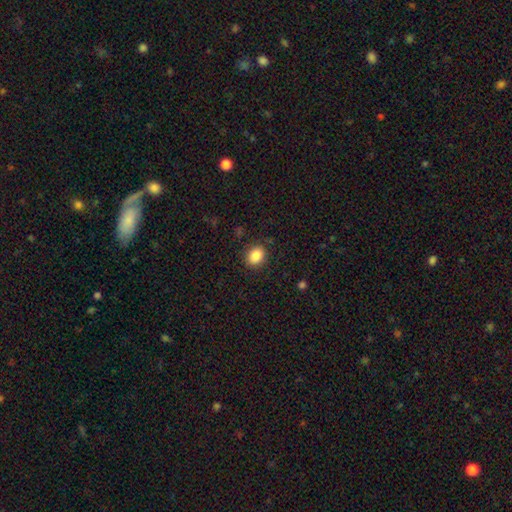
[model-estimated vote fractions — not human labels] Q: Smooth or featured?
A: smooth (88%); runner-up: star or artifact (9%)
Q: How rounded?
A: in between (59%); runner-up: round (40%)
Q: Merging?
A: none (87%); runner-up: minor disturbance (9%)